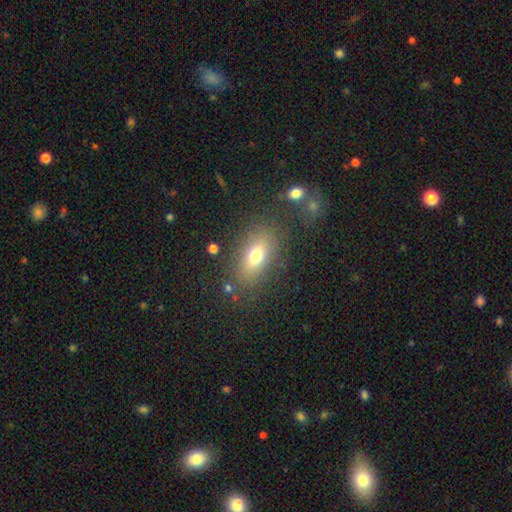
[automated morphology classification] This is likely a smooth galaxy (70%). How rounded: clearly in between (81%). Merging: clearly none (80%).